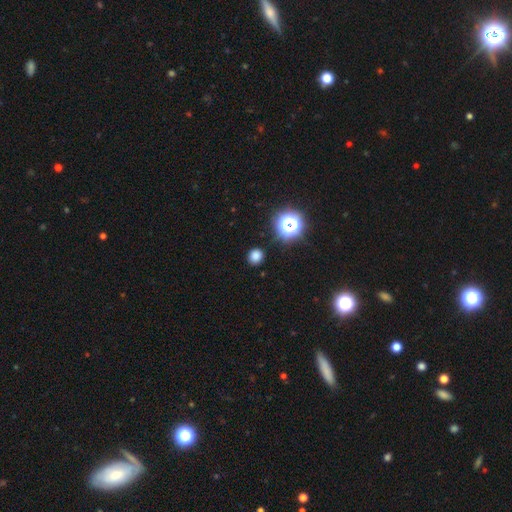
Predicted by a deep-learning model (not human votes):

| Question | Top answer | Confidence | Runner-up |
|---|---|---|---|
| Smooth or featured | smooth | 77% | star or artifact (19%) |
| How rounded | round | 88% | in between (11%) |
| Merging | none | 89% | minor disturbance (7%) |